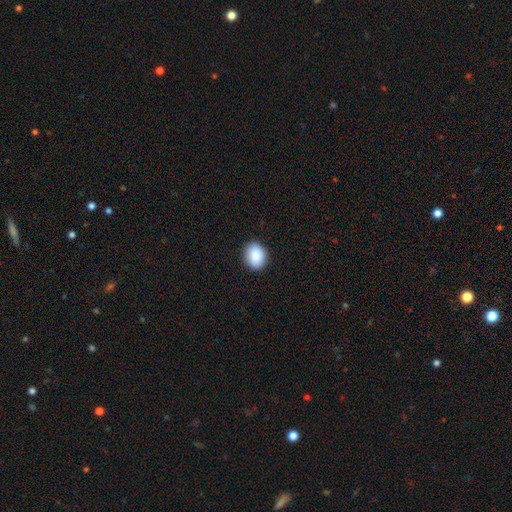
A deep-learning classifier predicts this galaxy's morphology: type=smooth (89%); roundness=in between (50%); merging=none (90%).